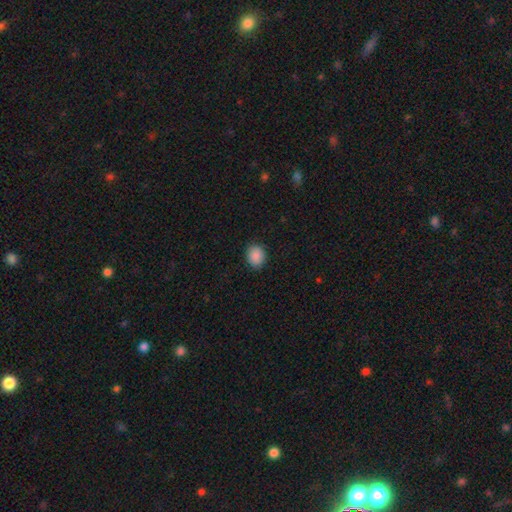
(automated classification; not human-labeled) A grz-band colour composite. It shows a smooth galaxy with no disk features (89%) that is round (60%). Merging: none (89%).